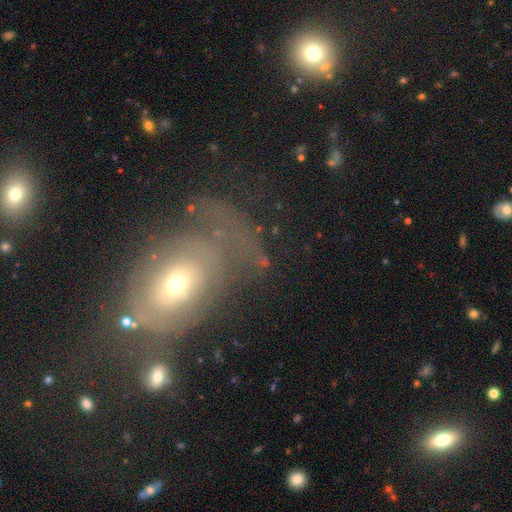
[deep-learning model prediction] smooth_or_featured: featured or disk (p=0.52) [alt: smooth p=0.33]
disk_edge_on: no (p=0.91) [alt: yes p=0.09]
merging: none (p=0.44) [alt: major disturbance p=0.30]